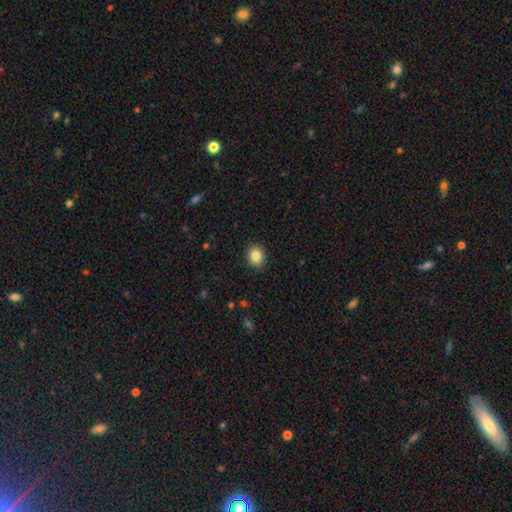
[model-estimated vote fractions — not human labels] smooth 85%, star or artifact 10%, featured or disk 6%. Down the decision tree: how rounded — round (63%); merging — none (88%).